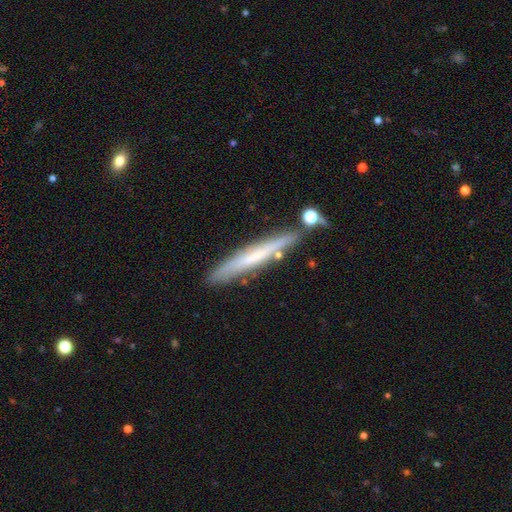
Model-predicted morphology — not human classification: type=featured or disk (51%); edge-on=yes (89%); merging=none (75%).